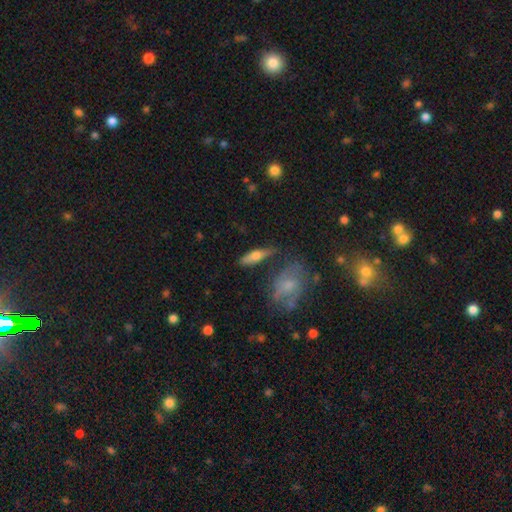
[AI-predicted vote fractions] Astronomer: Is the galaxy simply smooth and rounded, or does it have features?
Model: smooth — 57% (runner-up: featured or disk, 36%).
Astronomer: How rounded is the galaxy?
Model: cigar-shaped — 55% (runner-up: in between, 41%).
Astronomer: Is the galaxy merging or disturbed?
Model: none — 71%.